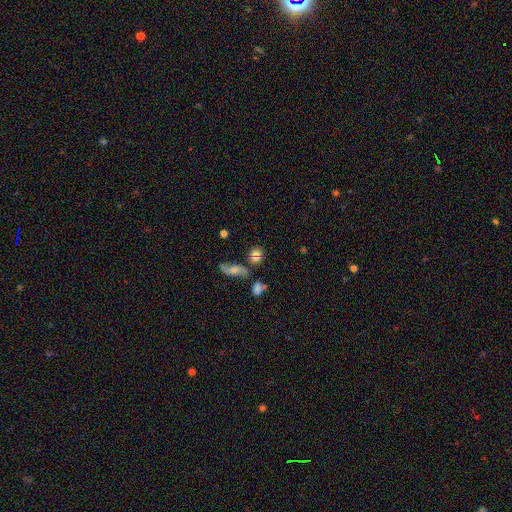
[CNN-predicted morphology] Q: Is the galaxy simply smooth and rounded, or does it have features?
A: smooth — 71%.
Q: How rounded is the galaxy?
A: round — 61%.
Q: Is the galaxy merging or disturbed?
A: none — 55%.